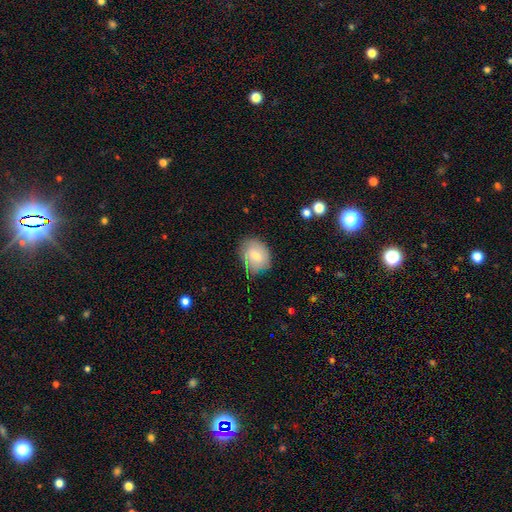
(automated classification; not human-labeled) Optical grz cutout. It shows a smooth galaxy with no disk features (67%) that is in between round and cigar-shaped (56%). Merging: none (68%).